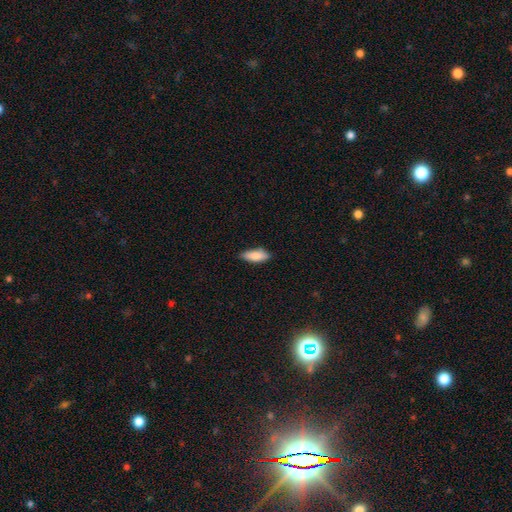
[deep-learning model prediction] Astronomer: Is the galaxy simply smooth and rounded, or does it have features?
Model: smooth — 84%.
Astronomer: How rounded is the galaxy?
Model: in between — 73%.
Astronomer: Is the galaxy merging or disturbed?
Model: none — 80%.